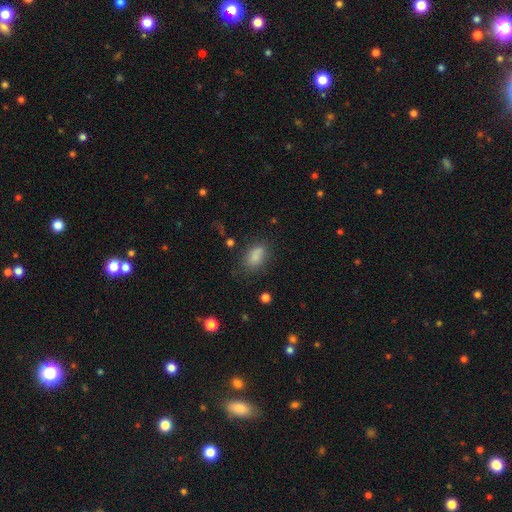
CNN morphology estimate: Overall: smooth (81%). How rounded: in between (86%). Merging: none (65%).